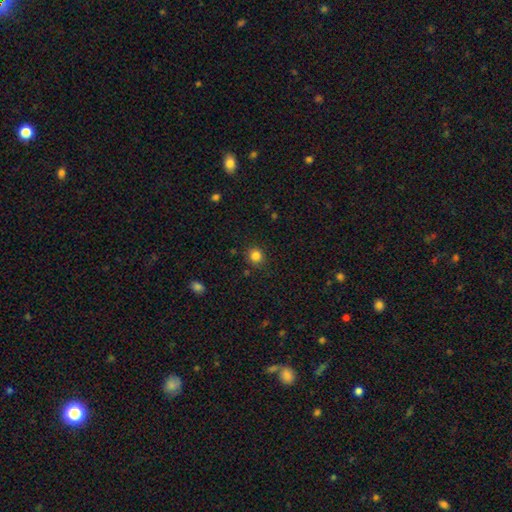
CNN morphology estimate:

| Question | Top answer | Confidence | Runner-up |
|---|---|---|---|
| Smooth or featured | smooth | 84% | star or artifact (12%) |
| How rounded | round | 90% | in between (9%) |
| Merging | none | 88% | minor disturbance (8%) |